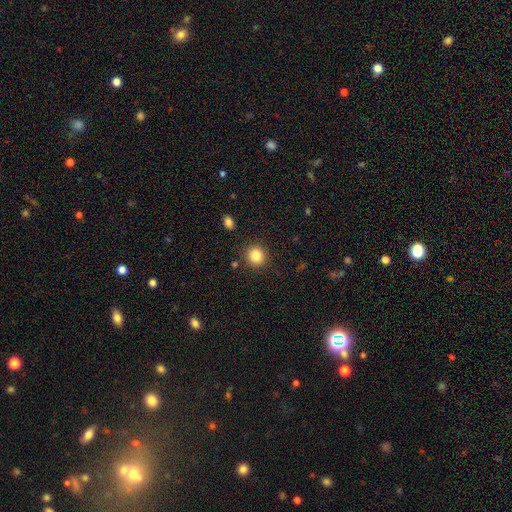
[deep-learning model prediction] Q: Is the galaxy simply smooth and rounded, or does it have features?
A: smooth — 84%.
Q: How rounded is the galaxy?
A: round — 89%.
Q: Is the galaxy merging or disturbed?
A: none — 89%.